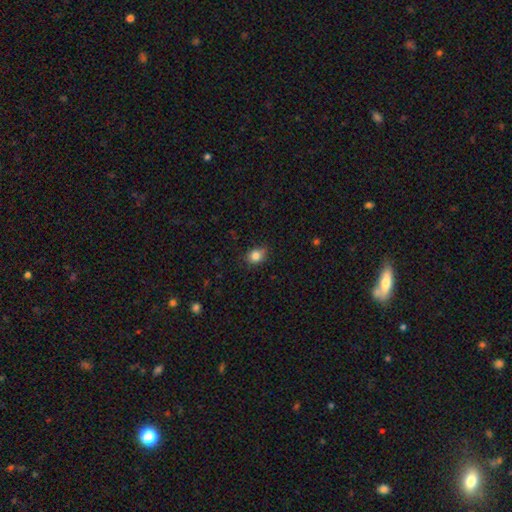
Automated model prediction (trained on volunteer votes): smooth-or-featured: smooth: 84% | star or artifact: 10% | featured or disk: 6%
  how-rounded: round: 50% | in between: 48% | cigar-shaped: 1%
  merging: none: 75% | minor disturbance: 20% | major disturbance: 3% | merger: 1%